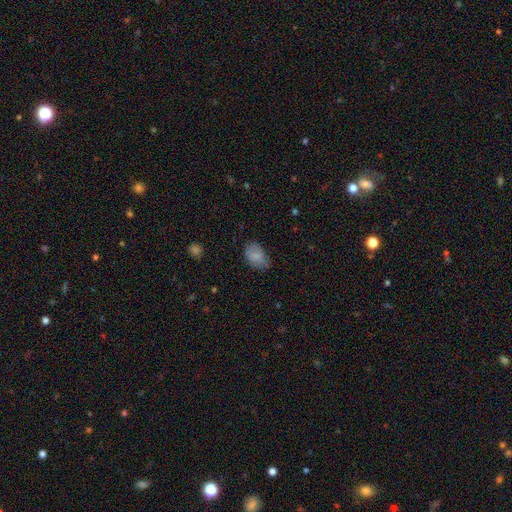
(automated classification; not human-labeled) Smooth or featured? smooth (81%)
How rounded? in between (88%)
Merging? none (66%)